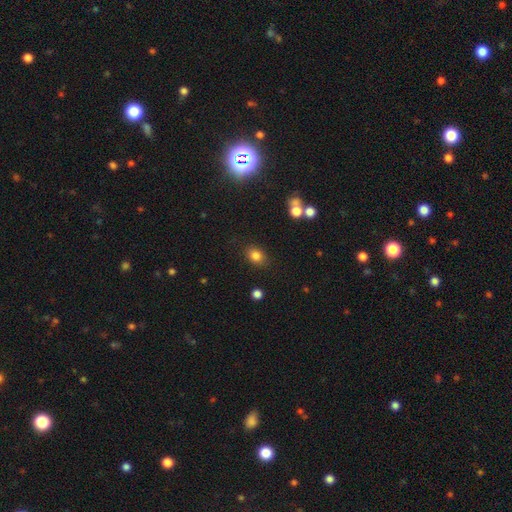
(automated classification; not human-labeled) smooth_or_featured: smooth (p=0.82) [alt: star or artifact p=0.12]
how_rounded: in between (p=0.58) [alt: round p=0.41]
merging: none (p=0.83) [alt: minor disturbance p=0.11]